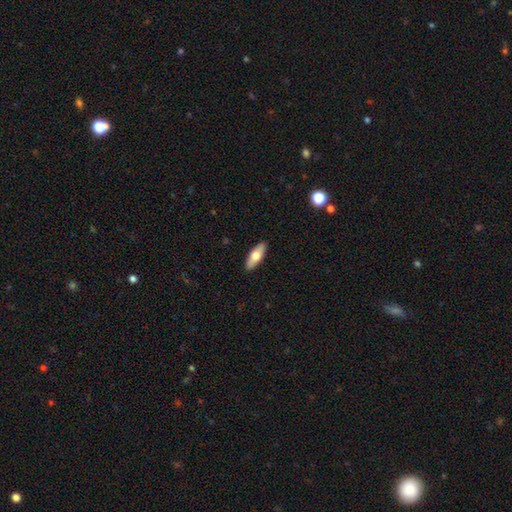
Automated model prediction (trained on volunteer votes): Smooth or featured? smooth (65%)
How rounded? in between (61%)
Merging? none (91%)